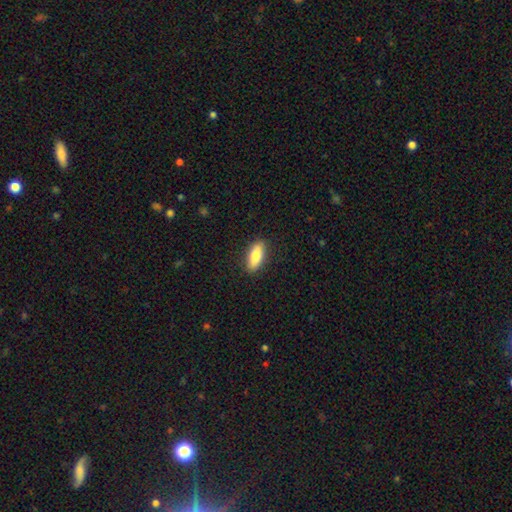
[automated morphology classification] A smooth galaxy with no disk features (84%) that is in between round and cigar-shaped (74%). Merging: none (88%).